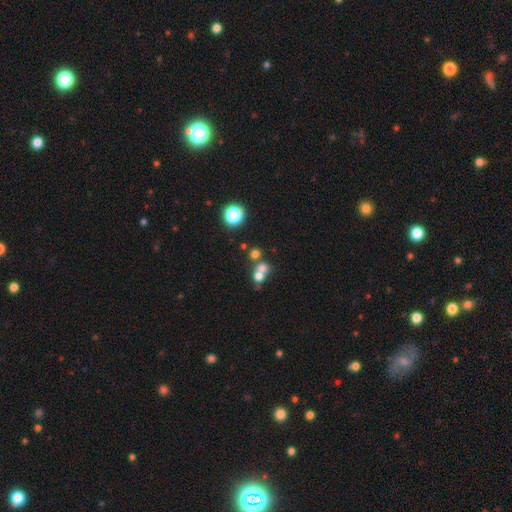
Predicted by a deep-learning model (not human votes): Smooth or featured? Predicted: smooth (p=0.52). How rounded? Predicted: round (p=0.70). Merging? Predicted: merger (p=0.52).